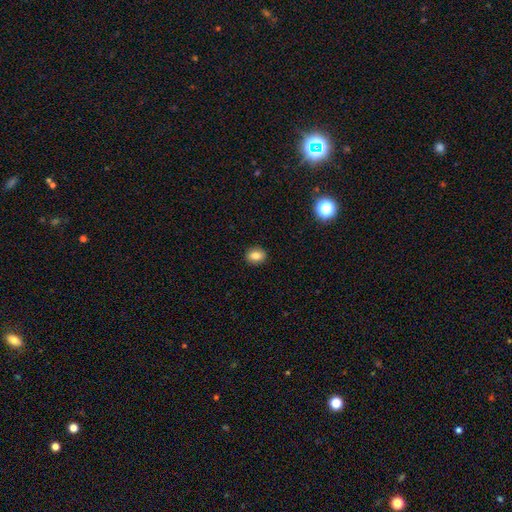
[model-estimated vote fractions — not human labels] smooth 83%, star or artifact 10%, featured or disk 7%. Down the decision tree: how rounded — in between (51%); merging — none (91%).